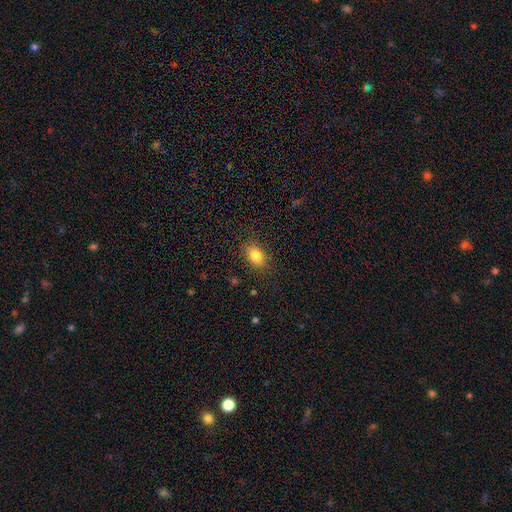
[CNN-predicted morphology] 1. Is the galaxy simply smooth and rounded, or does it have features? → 84% smooth, 9% star or artifact, 7% featured or disk.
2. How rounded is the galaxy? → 78% in between, 20% round, 2% cigar-shaped.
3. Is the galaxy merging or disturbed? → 83% none, 12% minor disturbance, 4% major disturbance, 1% merger.